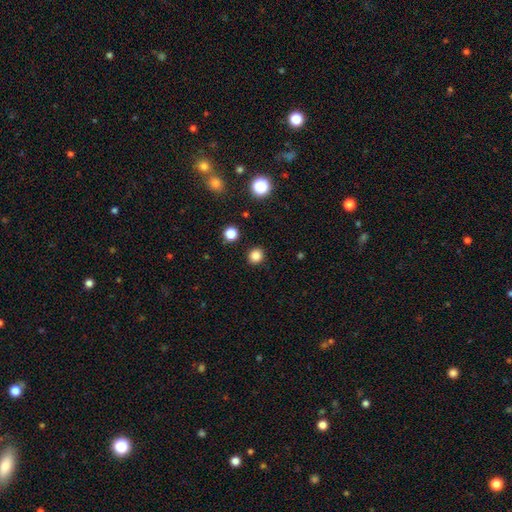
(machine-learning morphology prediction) type=smooth (84%); roundness=round (88%); merging=none (91%).